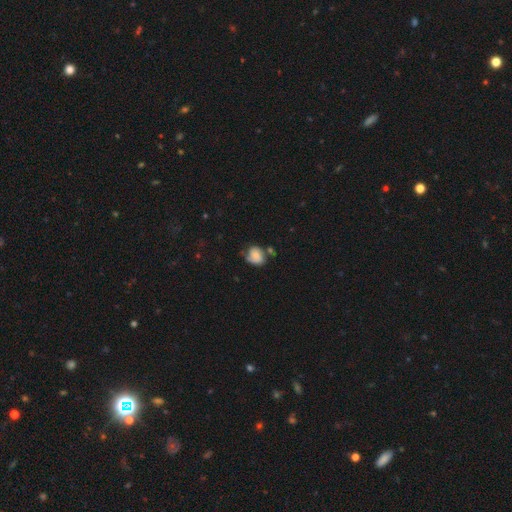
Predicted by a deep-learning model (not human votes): Smooth or featured: smooth — 55% (featured or disk — 35%)
How rounded: round — 54% (in between — 45%)
Merging: none — 45% (minor disturbance — 30%)